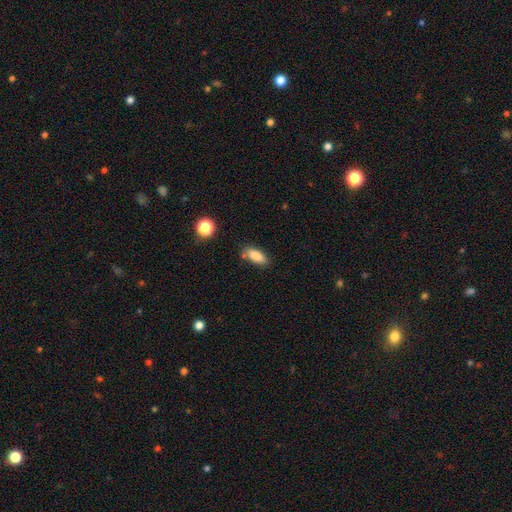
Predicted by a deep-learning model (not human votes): Morphology: type=smooth (85%); roundness=in between (76%); merging=none (75%).